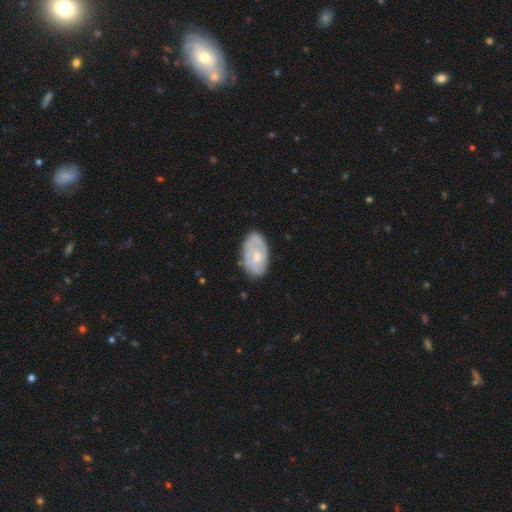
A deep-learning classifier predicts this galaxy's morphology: A featured or disk galaxy (58%) with no bar (71%), spiral arms (73%) and a small central bulge (50%). Merging: none (72%).